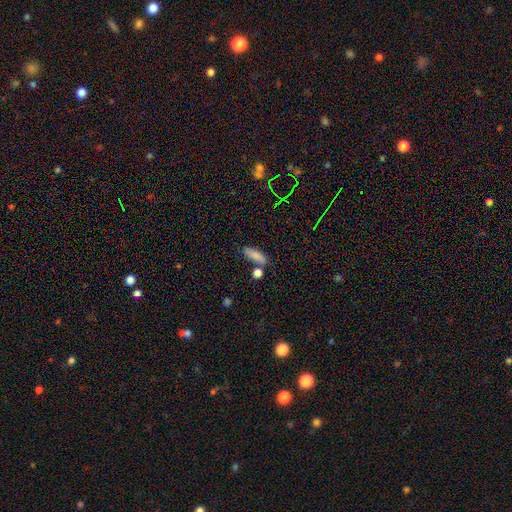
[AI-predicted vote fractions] Q: Smooth or featured?
A: smooth (81%); runner-up: star or artifact (10%)
Q: How rounded?
A: in between (60%); runner-up: cigar-shaped (36%)
Q: Merging?
A: none (66%); runner-up: minor disturbance (15%)